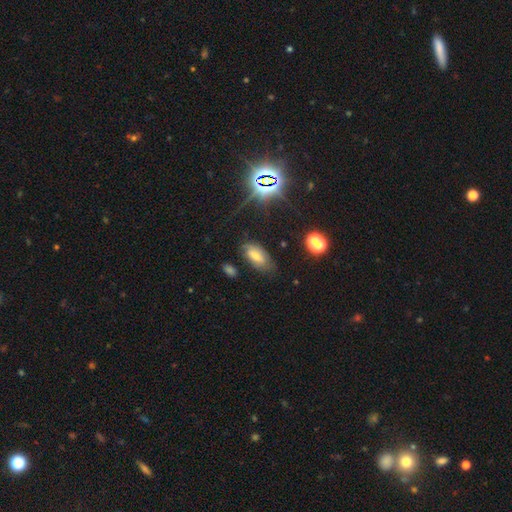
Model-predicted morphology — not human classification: type=smooth (59%); roundness=in between (90%); merging=none (67%).